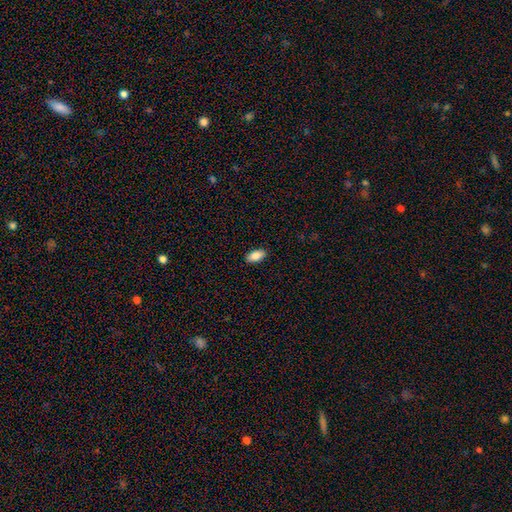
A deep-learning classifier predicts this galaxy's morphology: Smooth or featured: smooth — 87% (star or artifact — 7%)
How rounded: in between — 93% (cigar-shaped — 4%)
Merging: none — 89% (minor disturbance — 8%)